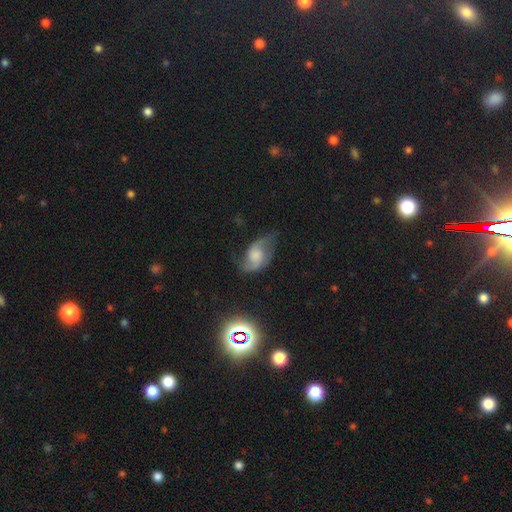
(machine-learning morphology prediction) Smooth or featured? Predicted: featured or disk (p=0.67). Edge-on disk? Predicted: no (p=0.96). Bar? Predicted: no (p=0.61). Spiral arms? Predicted: yes (p=0.91). Spiral winding? Predicted: loose (p=0.53). Spiral arm count? Predicted: 2 (p=0.87). Bulge size? Predicted: moderate (p=0.27). Merging? Predicted: none (p=0.54).